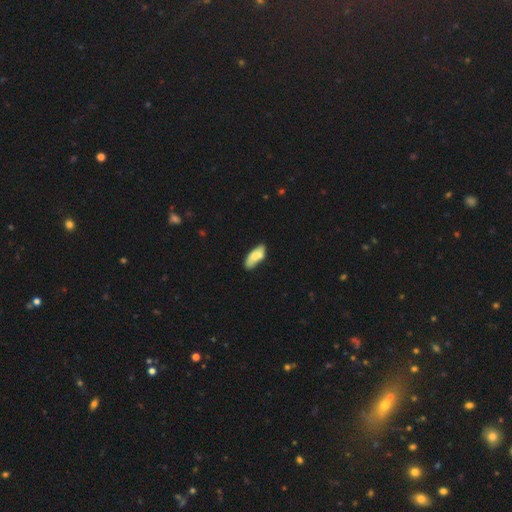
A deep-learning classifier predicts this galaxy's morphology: smooth_or_featured: smooth (p=0.77) [alt: featured or disk p=0.17]
how_rounded: in between (p=0.75) [alt: cigar-shaped p=0.23]
merging: none (p=0.61) [alt: minor disturbance p=0.25]